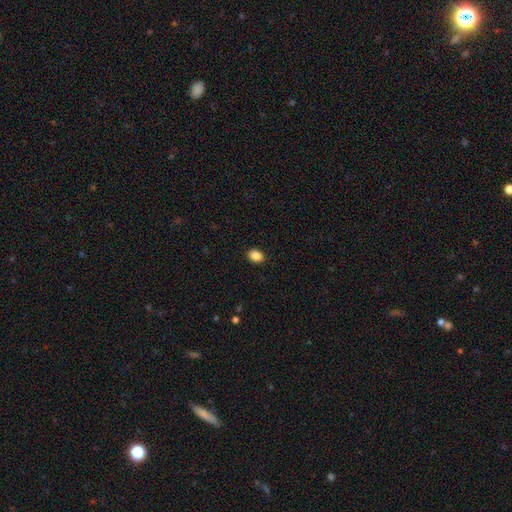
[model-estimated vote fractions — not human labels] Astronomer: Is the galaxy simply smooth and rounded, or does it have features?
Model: smooth — 88%.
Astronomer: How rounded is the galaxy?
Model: in between — 68%.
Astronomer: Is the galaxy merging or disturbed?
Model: none — 91%.